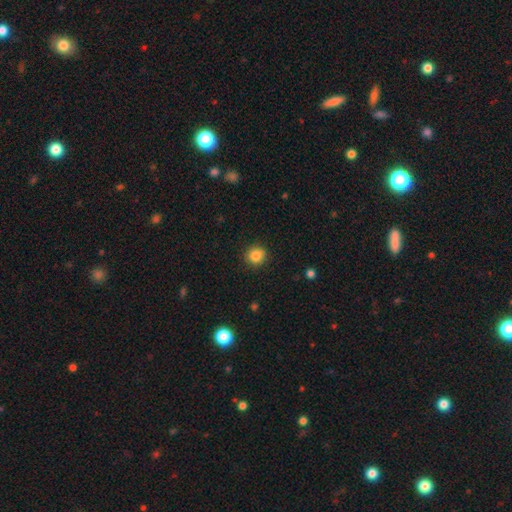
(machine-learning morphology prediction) Overall: smooth (84%). How rounded: round (88%). Merging: none (90%).